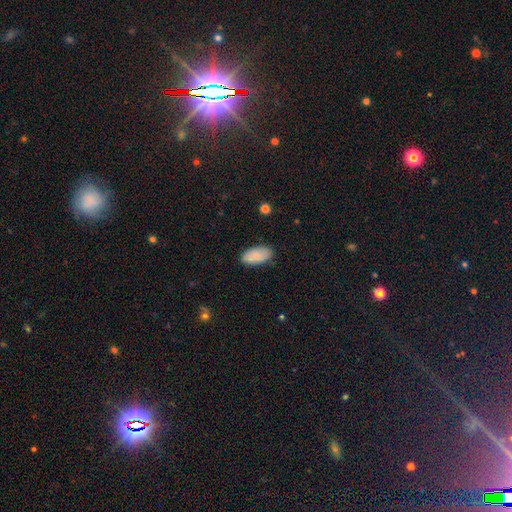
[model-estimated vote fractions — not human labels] Smooth or featured? Predicted: smooth (p=0.86). How rounded? Predicted: in between (p=0.94). Merging? Predicted: none (p=0.86).